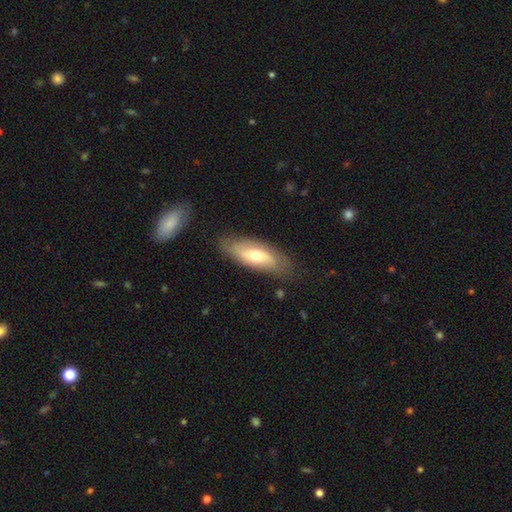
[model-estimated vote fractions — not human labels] Morphology: type=smooth (53%); roundness=in between (75%); merging=none (79%).